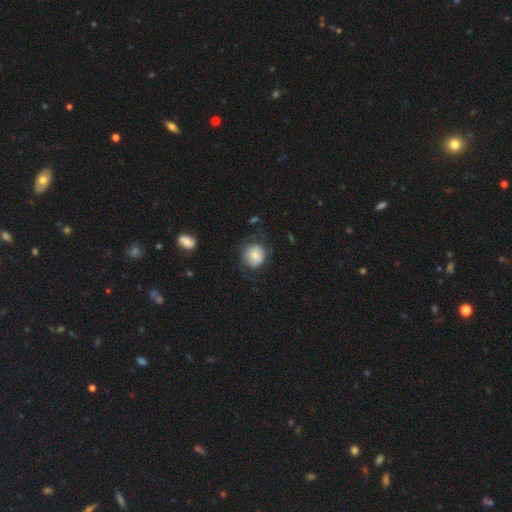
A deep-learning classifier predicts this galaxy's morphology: The model was most divided on "merging": none: 62%, minor disturbance: 22%, major disturbance: 14%, merger: 2%. More confident: how rounded — round (84%); smooth or featured — smooth (74%).